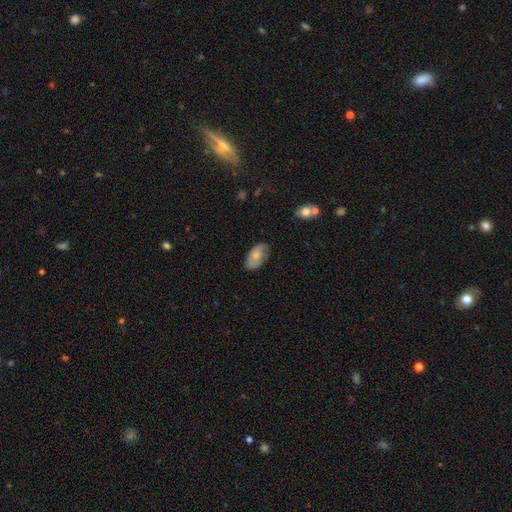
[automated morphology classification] Smooth or featured?
  - smooth: 61% *
  - featured or disk: 32%
  - star or artifact: 7%
How rounded?
  - in between: 93% *
  - round: 5%
  - cigar-shaped: 2%
Merging?
  - none: 71% *
  - minor disturbance: 23%
  - major disturbance: 5%
  - merger: 1%